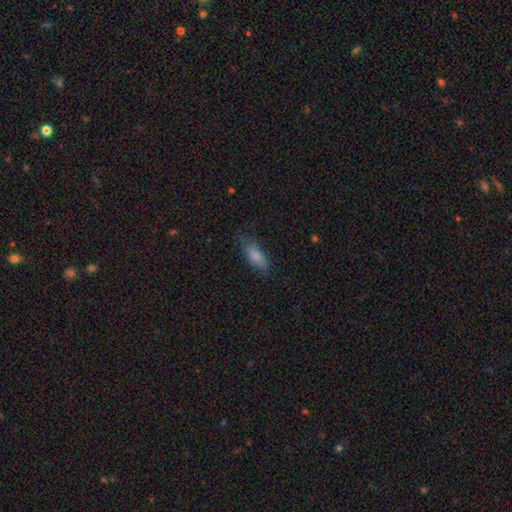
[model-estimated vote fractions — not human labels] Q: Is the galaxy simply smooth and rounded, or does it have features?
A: smooth — 83%.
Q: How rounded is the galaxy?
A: in between — 76%.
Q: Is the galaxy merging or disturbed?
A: none — 65%.